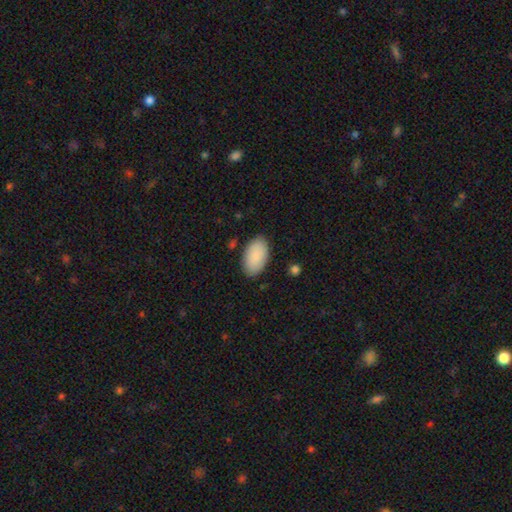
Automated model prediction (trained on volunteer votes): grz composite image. It shows a smooth galaxy with no disk features (90%) that is in between round and cigar-shaped (95%). Merging: none (86%).